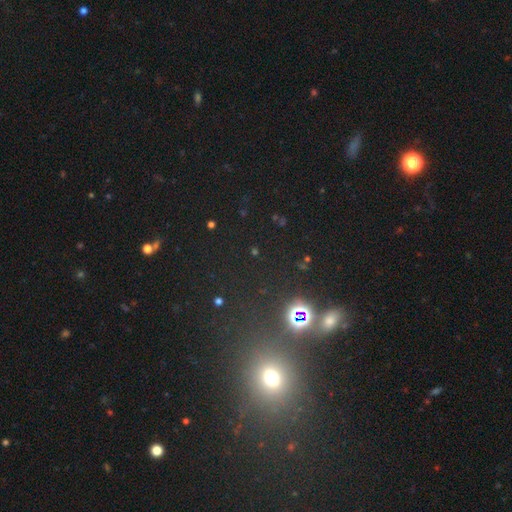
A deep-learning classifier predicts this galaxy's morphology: Overall: star or artifact (61%; smooth 30%).